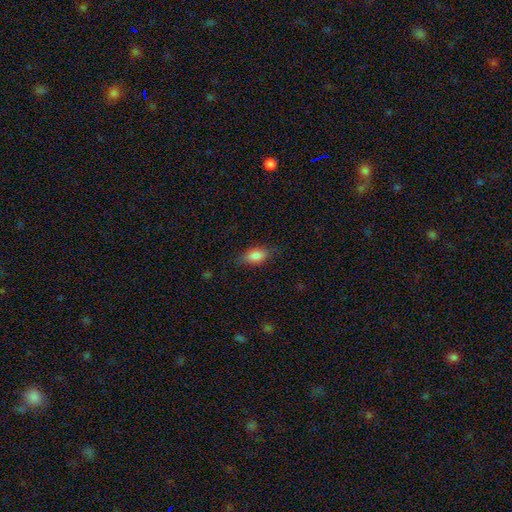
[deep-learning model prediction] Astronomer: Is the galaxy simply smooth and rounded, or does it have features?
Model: smooth — 82%.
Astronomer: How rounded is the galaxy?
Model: in between — 87%.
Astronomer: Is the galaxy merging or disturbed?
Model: none — 76%.